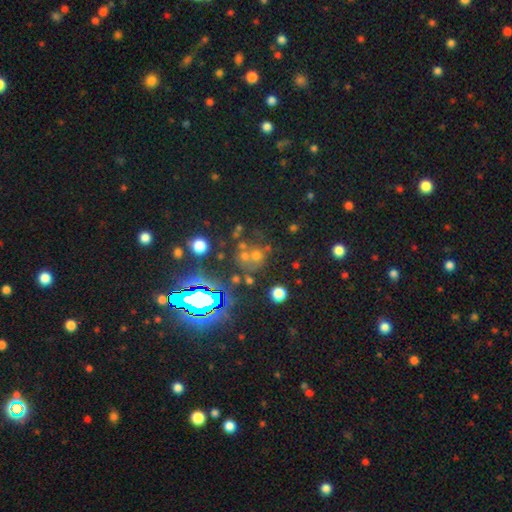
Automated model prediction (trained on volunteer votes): smooth_or_featured: smooth (p=0.50) [alt: star or artifact p=0.33]
merging: none (p=0.49) [alt: merger p=0.32]